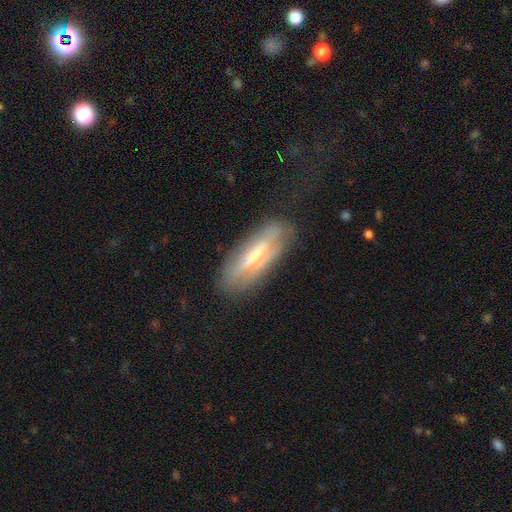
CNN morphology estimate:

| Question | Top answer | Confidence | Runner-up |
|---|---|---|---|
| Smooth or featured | featured or disk | 52% | smooth (40%) |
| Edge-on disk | no | 51% | yes (49%) |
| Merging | none | 74% | minor disturbance (18%) |